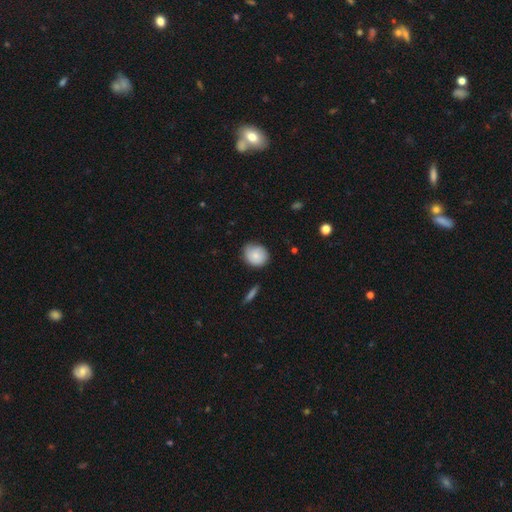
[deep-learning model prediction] smooth-or-featured: smooth: 78% | featured or disk: 15% | star or artifact: 7%
  how-rounded: round: 74% | in between: 25% | cigar-shaped: 1%
  merging: none: 69% | minor disturbance: 25% | major disturbance: 4% | merger: 2%